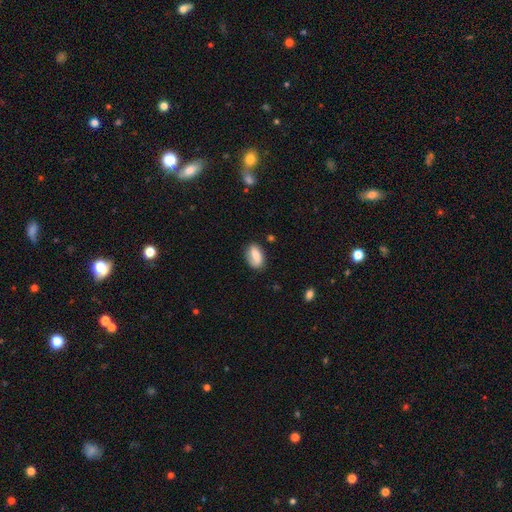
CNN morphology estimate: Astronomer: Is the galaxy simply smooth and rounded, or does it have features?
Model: smooth — 72%.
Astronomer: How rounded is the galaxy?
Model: in between — 88%.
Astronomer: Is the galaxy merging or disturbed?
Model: none — 73%.